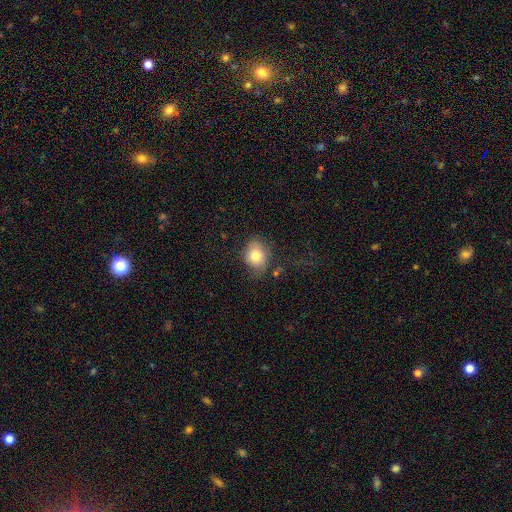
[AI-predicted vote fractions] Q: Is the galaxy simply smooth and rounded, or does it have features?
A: smooth — 78%.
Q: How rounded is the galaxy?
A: round — 51%.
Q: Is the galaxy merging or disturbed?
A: none — 66%.